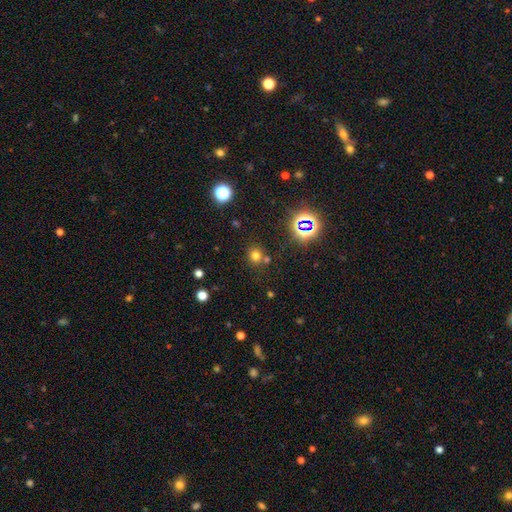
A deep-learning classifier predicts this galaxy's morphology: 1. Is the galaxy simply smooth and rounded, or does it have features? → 66% smooth, 26% star or artifact, 8% featured or disk.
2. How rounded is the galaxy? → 87% round, 12% in between, 1% cigar-shaped.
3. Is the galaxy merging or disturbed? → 71% none, 17% merger, 9% minor disturbance, 3% major disturbance.